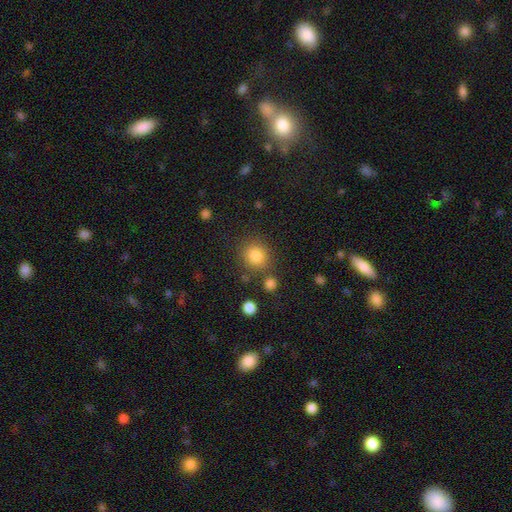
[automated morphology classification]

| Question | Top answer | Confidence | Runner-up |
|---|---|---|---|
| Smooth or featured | smooth | 85% | star or artifact (11%) |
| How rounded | round | 87% | in between (12%) |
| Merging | none | 79% | minor disturbance (10%) |